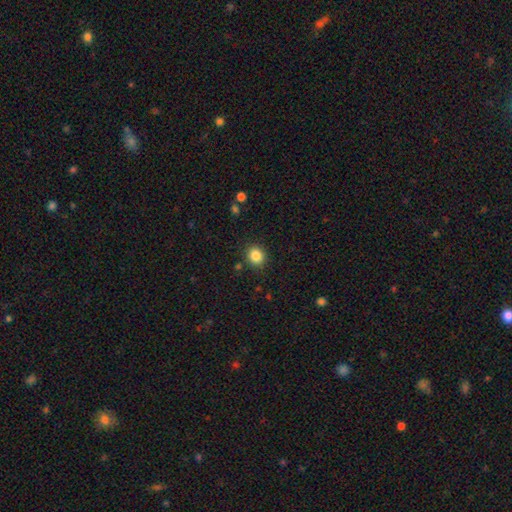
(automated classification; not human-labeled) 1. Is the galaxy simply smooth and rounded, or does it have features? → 85% smooth, 11% star or artifact, 5% featured or disk.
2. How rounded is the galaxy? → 79% round, 20% in between, 1% cigar-shaped.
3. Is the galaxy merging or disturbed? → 88% none, 7% minor disturbance, 2% major disturbance, 2% merger.